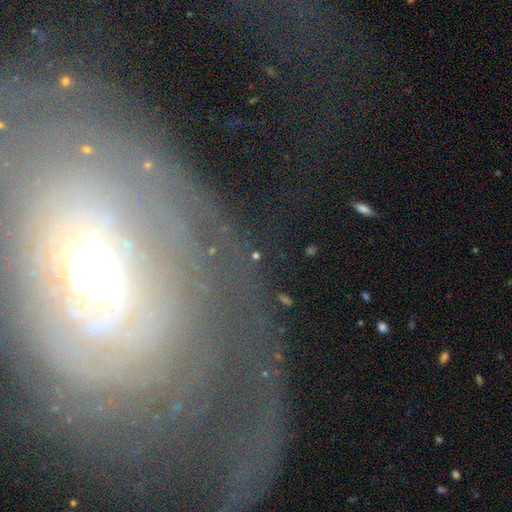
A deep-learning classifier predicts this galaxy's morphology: Smooth or featured? Predicted: star or artifact (p=0.51).